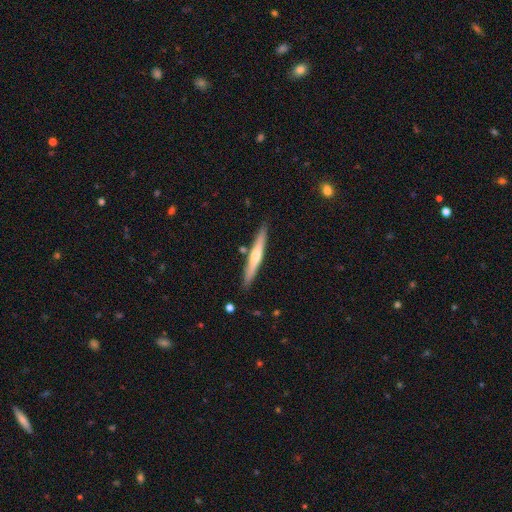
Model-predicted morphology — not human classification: This is possibly a featured or disk galaxy (53%). It is clearly viewed edge-on (95%). Edge-on bulge: likely rounded (74%). Merging: clearly none (86%).